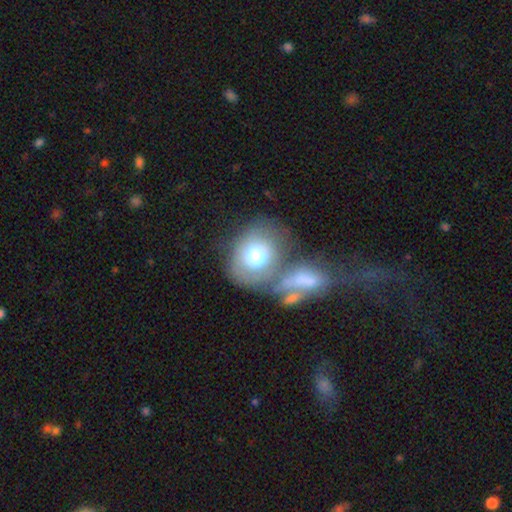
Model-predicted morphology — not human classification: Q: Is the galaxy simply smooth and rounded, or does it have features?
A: smooth — 66%.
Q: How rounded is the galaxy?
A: round — 71%.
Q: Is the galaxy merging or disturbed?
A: none — 41%.